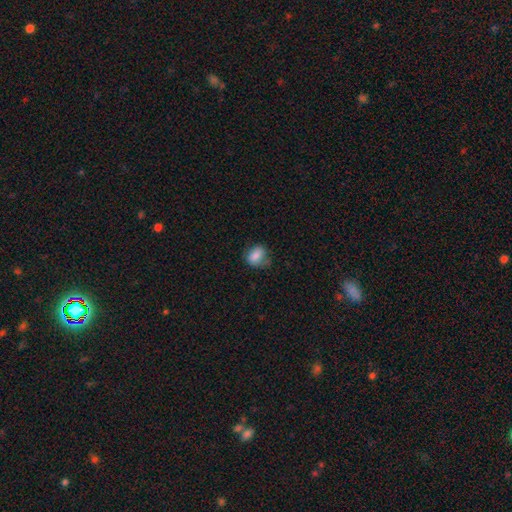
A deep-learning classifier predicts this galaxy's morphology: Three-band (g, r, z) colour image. It shows a smooth galaxy with no disk features (82%) that is in between round and cigar-shaped (64%). Merging: none (55%).